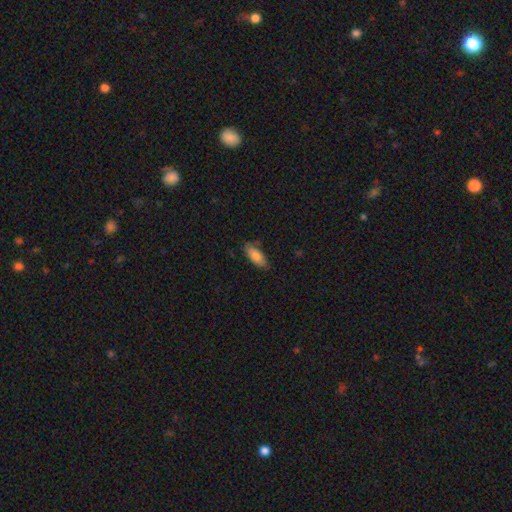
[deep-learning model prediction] Smooth or featured?
  - smooth: 81% *
  - featured or disk: 13%
  - star or artifact: 6%
How rounded?
  - in between: 78% *
  - cigar-shaped: 20%
  - round: 2%
Merging?
  - none: 71% *
  - minor disturbance: 23%
  - major disturbance: 5%
  - merger: 2%